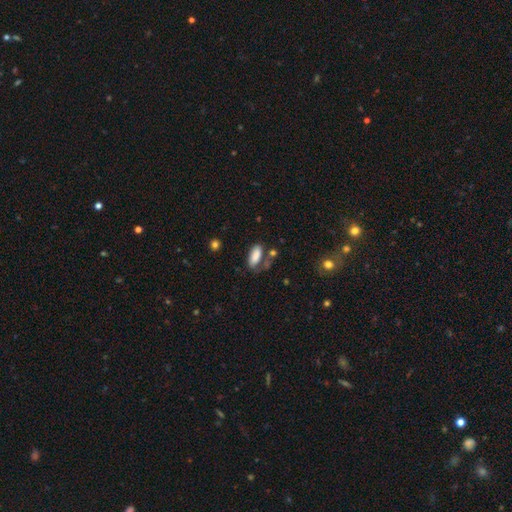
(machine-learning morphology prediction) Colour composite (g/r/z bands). It shows a smooth galaxy with no disk features (84%) that is in between round and cigar-shaped (83%). Merging: none (54%).